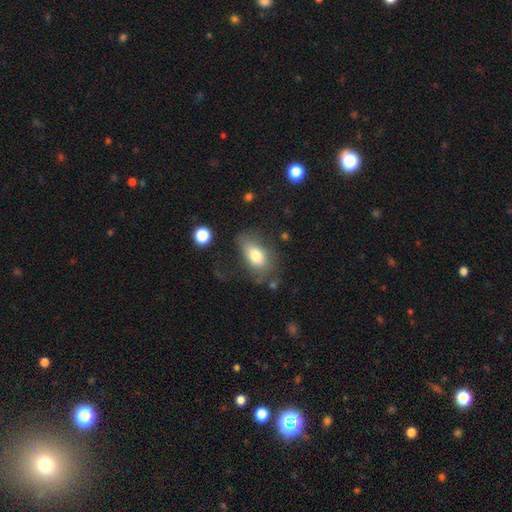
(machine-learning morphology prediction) smooth_or_featured: smooth (p=0.74) [alt: featured or disk p=0.18]
how_rounded: in between (p=0.87) [alt: round p=0.10]
merging: none (p=0.52) [alt: minor disturbance p=0.26]